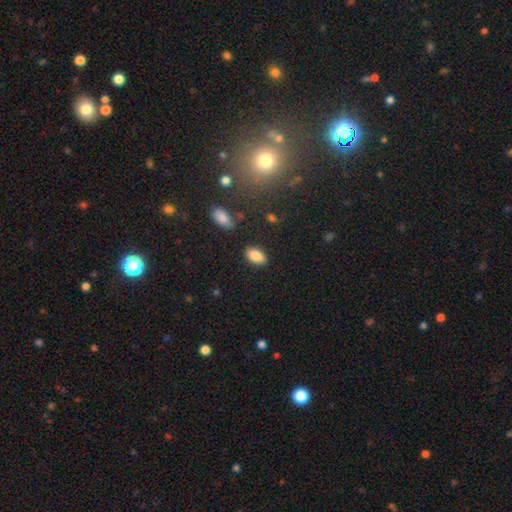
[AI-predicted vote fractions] Smooth or featured? Predicted: smooth (p=0.87). How rounded? Predicted: in between (p=0.92). Merging? Predicted: none (p=0.86).